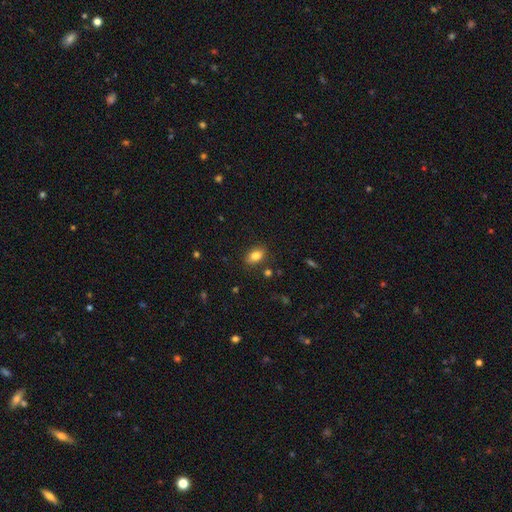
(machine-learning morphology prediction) smooth-or-featured: smooth: 80% | featured or disk: 11% | star or artifact: 9%
  how-rounded: in between: 85% | round: 11% | cigar-shaped: 3%
  merging: none: 84% | minor disturbance: 11% | major disturbance: 3% | merger: 2%